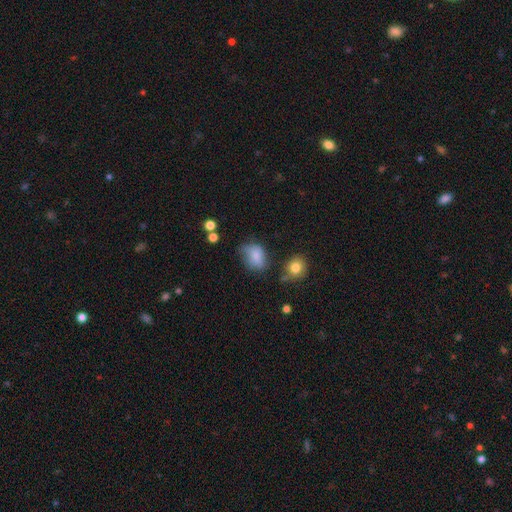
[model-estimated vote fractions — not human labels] Morphology: type=smooth (74%); roundness=in between (67%); merging=none (41%).